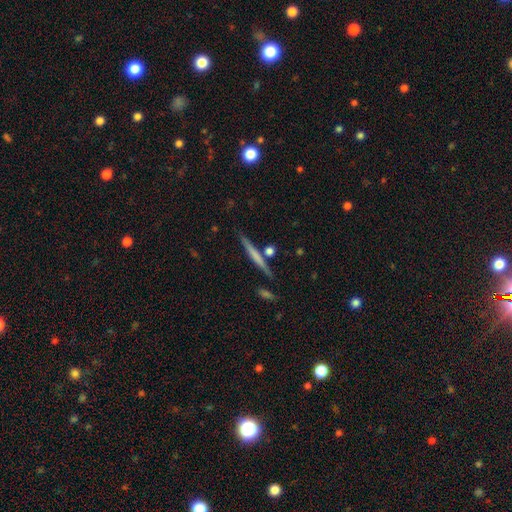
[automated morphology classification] Smooth or featured: smooth — 47% (featured or disk — 46%)
Merging: none — 82% (minor disturbance — 9%)